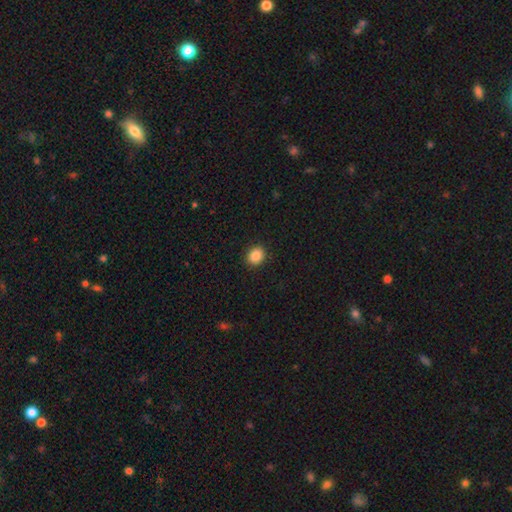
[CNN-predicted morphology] A smooth galaxy with no disk features (88%) that is round (66%).

Vote fractions:
- Smooth or featured? smooth: 88% / star or artifact: 9% / featured or disk: 3%
- How rounded? round: 66% / in between: 33% / cigar-shaped: 1%
- Merging? none: 91% / minor disturbance: 6% / major disturbance: 2% / merger: 1%